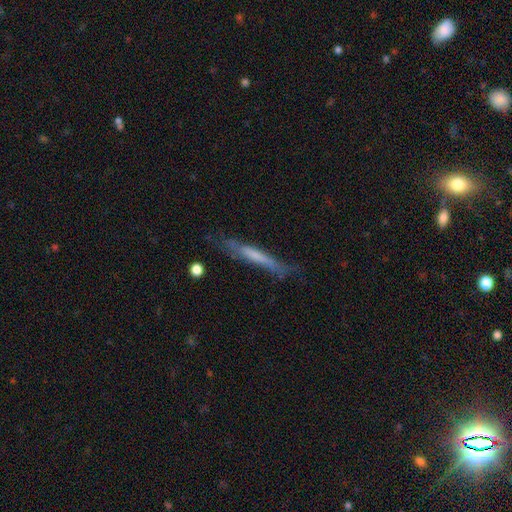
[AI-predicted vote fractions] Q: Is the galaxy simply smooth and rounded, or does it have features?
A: smooth — 48%.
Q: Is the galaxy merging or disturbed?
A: none — 68%.